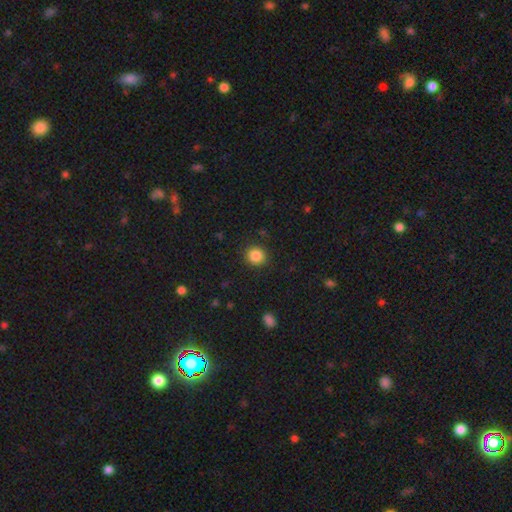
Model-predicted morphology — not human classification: This appears to be a smooth galaxy with no disk features (86%) that is round (90%). Merging: none (90%).